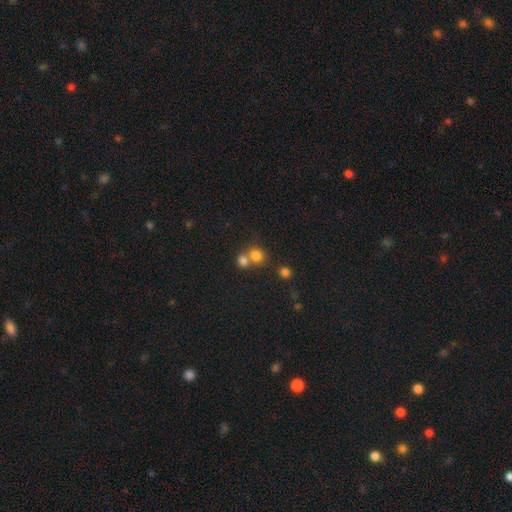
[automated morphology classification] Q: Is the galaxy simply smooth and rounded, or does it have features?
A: smooth — 78%.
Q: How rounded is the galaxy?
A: round — 77%.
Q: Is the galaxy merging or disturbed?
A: merger — 48%.